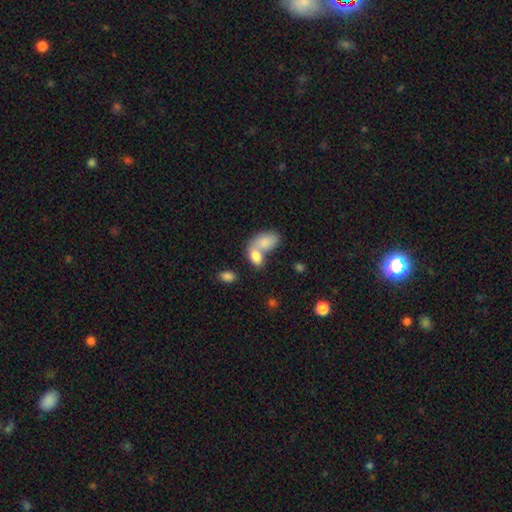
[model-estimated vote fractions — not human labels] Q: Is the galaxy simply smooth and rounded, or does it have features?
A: smooth — 81%.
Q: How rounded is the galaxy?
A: in between — 89%.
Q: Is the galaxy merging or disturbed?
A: merger — 65%.